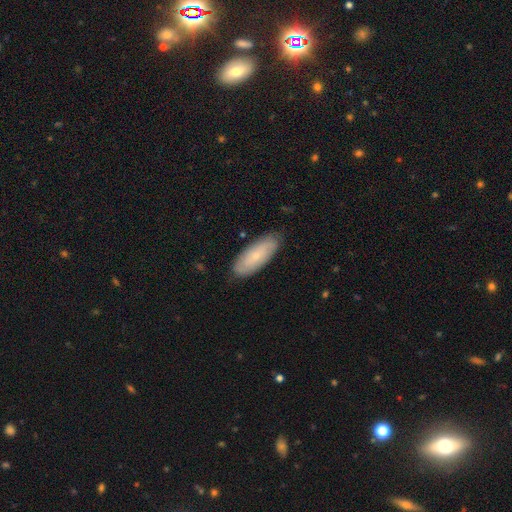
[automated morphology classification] Smooth or featured: smooth — 59% (featured or disk — 35%)
How rounded: in between — 73% (cigar-shaped — 25%)
Merging: none — 81% (minor disturbance — 15%)